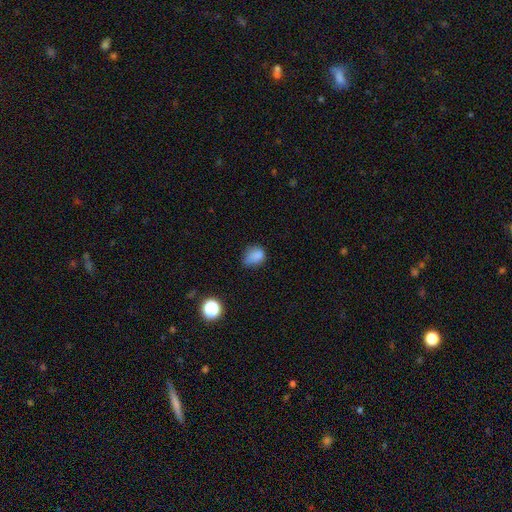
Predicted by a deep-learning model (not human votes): smooth-or-featured: smooth: 79% | star or artifact: 13% | featured or disk: 9%
  how-rounded: in between: 63% | round: 35% | cigar-shaped: 2%
  merging: minor disturbance: 41% | none: 40% | major disturbance: 16% | merger: 3%